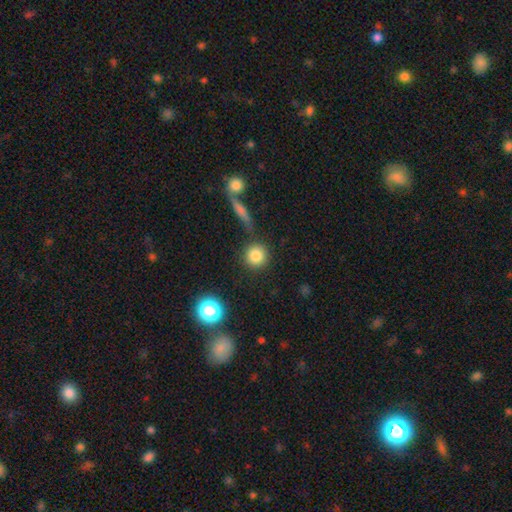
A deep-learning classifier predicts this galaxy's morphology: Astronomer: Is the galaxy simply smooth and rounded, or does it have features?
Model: smooth — 83%.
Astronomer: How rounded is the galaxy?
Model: round — 92%.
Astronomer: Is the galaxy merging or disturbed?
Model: none — 81%.